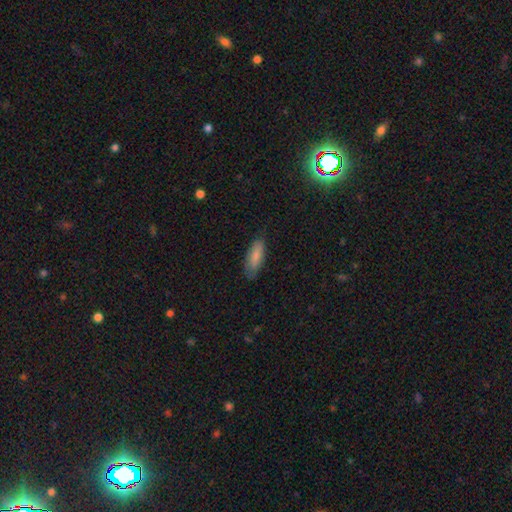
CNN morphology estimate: This is clearly a smooth galaxy (83%). How rounded: likely in between (69%). Merging: likely none (76%).